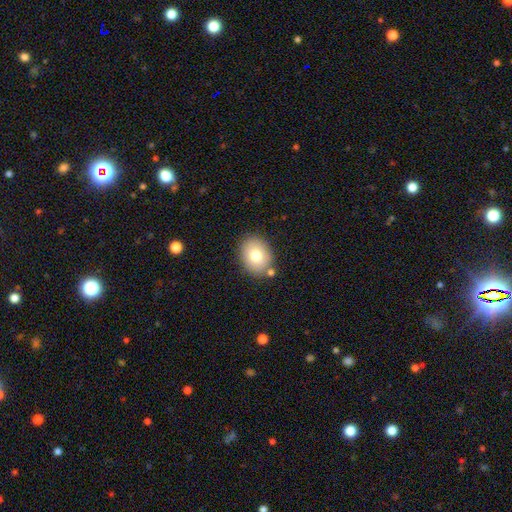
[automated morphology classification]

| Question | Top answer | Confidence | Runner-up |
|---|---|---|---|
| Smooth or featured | smooth | 76% | featured or disk (15%) |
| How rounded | in between | 56% | round (43%) |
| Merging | none | 80% | minor disturbance (11%) |